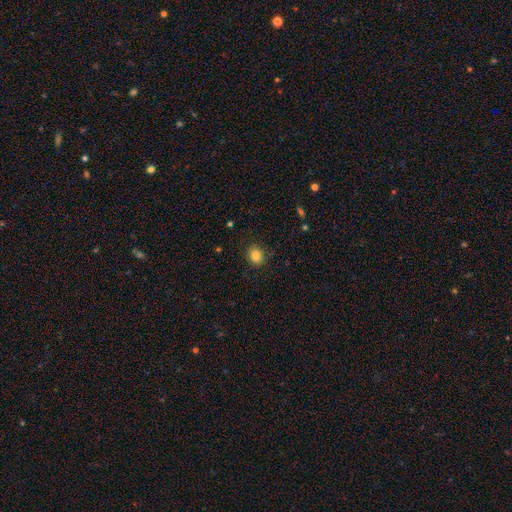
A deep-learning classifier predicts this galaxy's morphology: smooth_or_featured: smooth (p=0.84) [alt: star or artifact p=0.10]
how_rounded: round (p=0.58) [alt: in between p=0.41]
merging: none (p=0.87) [alt: minor disturbance p=0.10]